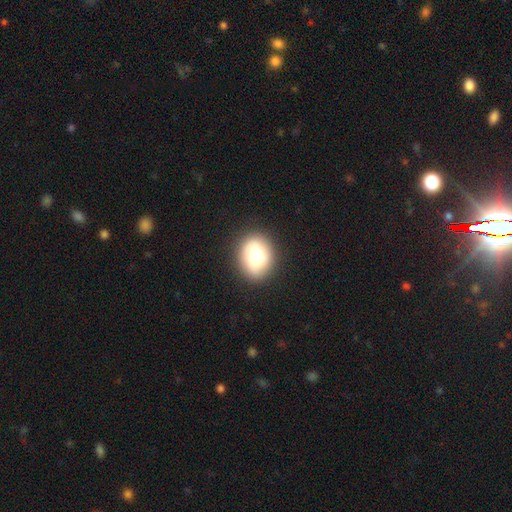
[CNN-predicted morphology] A smooth galaxy with no disk features (79%) that is in between round and cigar-shaped (54%).

Vote fractions:
- Smooth or featured? smooth: 79% / featured or disk: 12% / star or artifact: 8%
- How rounded? in between: 54% / round: 45% / cigar-shaped: 1%
- Merging? none: 86% / minor disturbance: 10% / major disturbance: 3% / merger: 1%